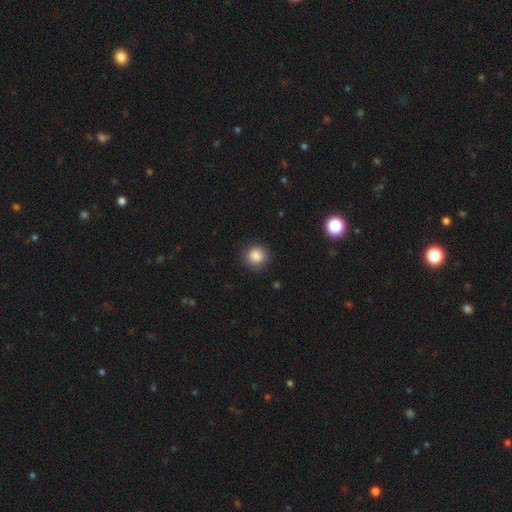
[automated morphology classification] smooth 86%, star or artifact 9%, featured or disk 4%. Down the decision tree: how rounded — round (88%); merging — none (85%).